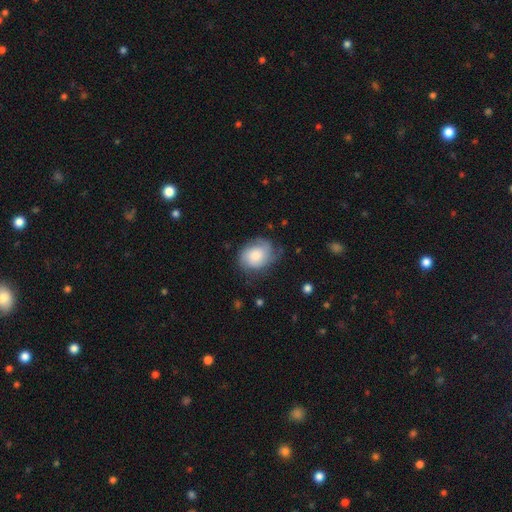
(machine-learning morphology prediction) Overall: smooth (53%; featured or disk 40%). How rounded: in between (53%; round 46%). Merging: none (58%; minor disturbance 28%).